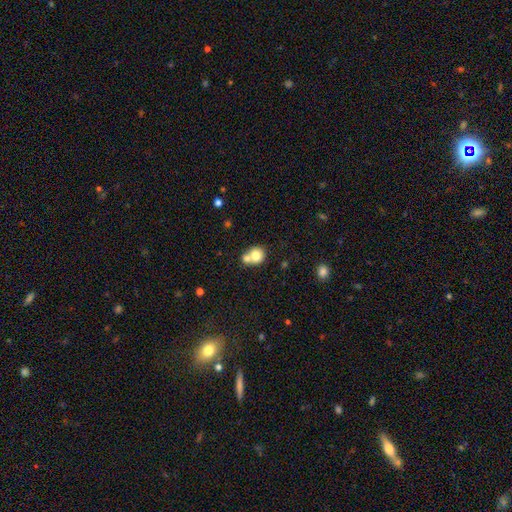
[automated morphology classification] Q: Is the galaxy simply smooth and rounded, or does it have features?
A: smooth — 76%.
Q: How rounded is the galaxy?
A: round — 81%.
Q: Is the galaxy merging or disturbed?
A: merger — 52%.